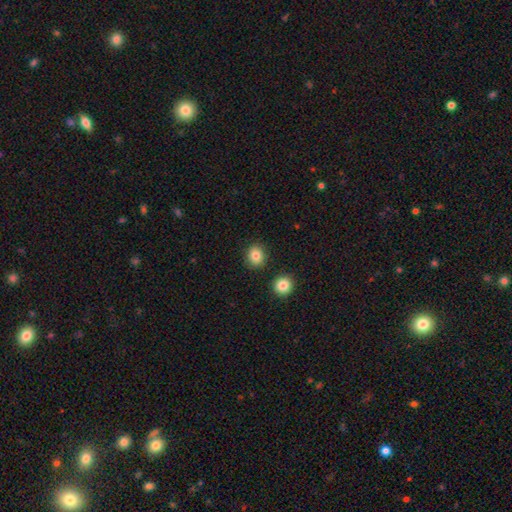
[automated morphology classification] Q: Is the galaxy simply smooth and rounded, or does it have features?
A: smooth — 84%.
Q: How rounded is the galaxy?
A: round — 75%.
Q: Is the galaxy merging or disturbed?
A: none — 87%.